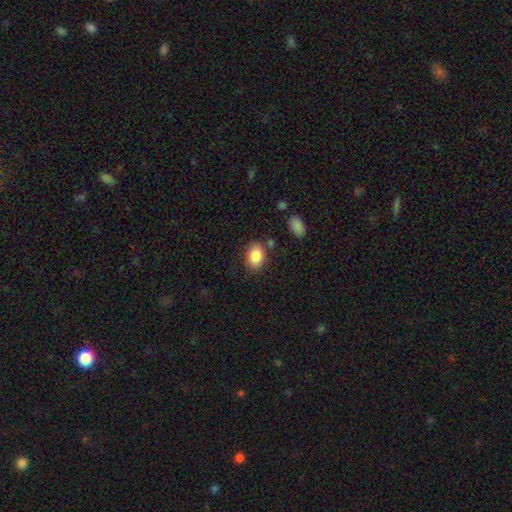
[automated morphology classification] Smooth or featured: smooth — 87% (star or artifact — 7%)
How rounded: in between — 80% (round — 19%)
Merging: none — 78% (minor disturbance — 13%)